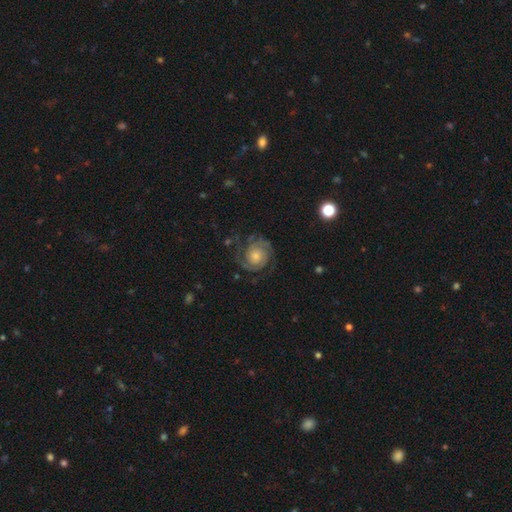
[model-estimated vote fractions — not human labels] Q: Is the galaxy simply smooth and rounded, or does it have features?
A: featured or disk — 81%.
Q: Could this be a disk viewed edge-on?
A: no — 98%.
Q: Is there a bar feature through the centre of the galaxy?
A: no — 76%.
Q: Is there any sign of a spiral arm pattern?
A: yes — 96%.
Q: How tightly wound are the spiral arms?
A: tight — 58%.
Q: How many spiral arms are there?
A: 2 — 60%.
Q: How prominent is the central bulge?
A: moderate — 46%.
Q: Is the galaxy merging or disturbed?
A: none — 73%.